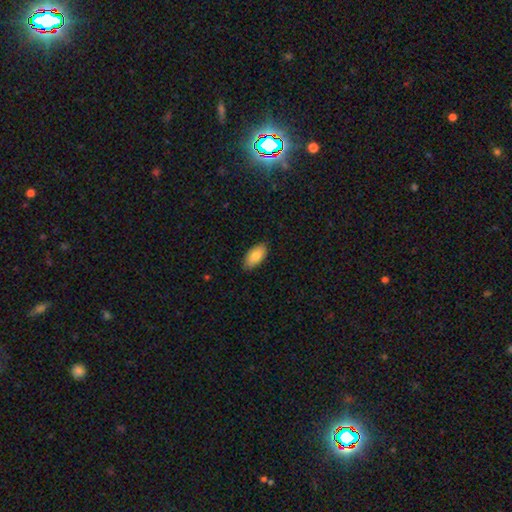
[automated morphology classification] smooth_or_featured: smooth (p=0.84) [alt: featured or disk p=0.10]
how_rounded: in between (p=0.94) [alt: cigar-shaped p=0.04]
merging: none (p=0.86) [alt: minor disturbance p=0.11]